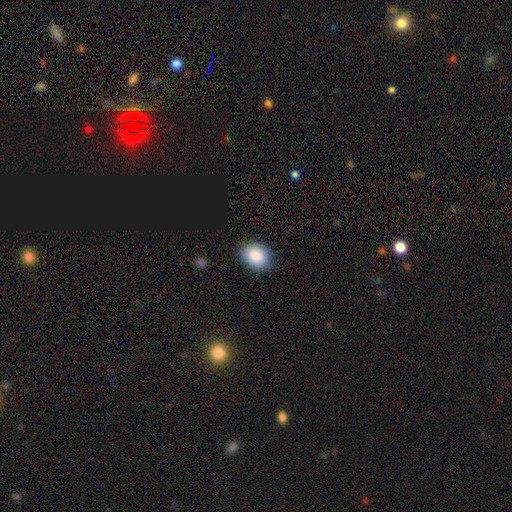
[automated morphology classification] A smooth galaxy with no disk features (89%) that is in between round and cigar-shaped (73%).

Vote fractions:
- Smooth or featured? smooth: 89% / star or artifact: 7% / featured or disk: 5%
- How rounded? in between: 73% / round: 26% / cigar-shaped: 1%
- Merging? none: 82% / minor disturbance: 14% / major disturbance: 3% / merger: 1%